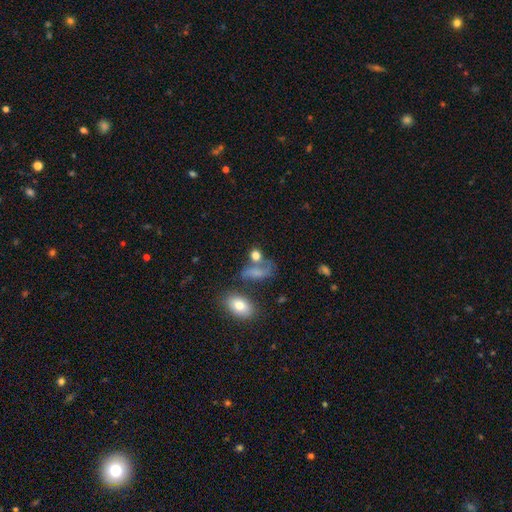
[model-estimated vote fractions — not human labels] Overall: smooth (68%). How rounded: in between (55%; round 41%). Merging: none (39%; merger 29%).